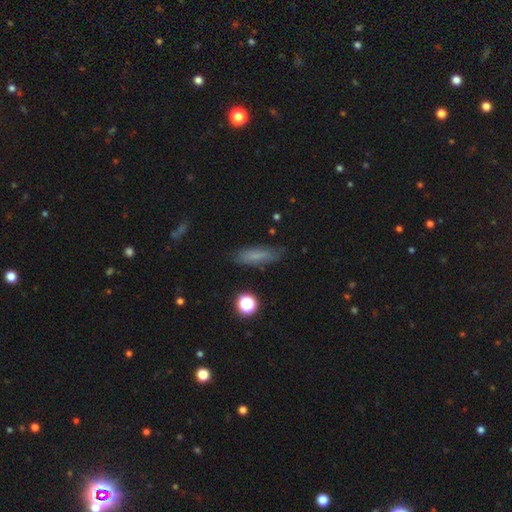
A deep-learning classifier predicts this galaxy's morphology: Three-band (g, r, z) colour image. It shows a smooth galaxy with no disk features (69%) that is cigar-shaped (53%). Merging: none (79%).